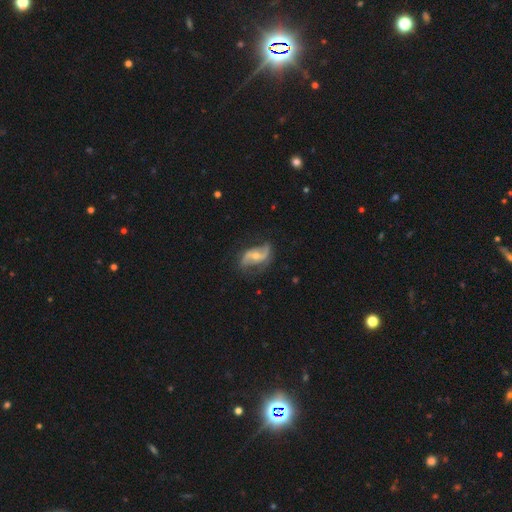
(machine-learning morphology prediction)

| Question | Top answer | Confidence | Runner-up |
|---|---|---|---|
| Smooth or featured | featured or disk | 82% | smooth (13%) |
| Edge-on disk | no | 95% | yes (5%) |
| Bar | no | 39% | weak (38%) |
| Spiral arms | yes | 92% | no (8%) |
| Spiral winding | loose | 62% | medium (28%) |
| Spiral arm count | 2 | 88% | can't tell (5%) |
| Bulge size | moderate | 53% | small (42%) |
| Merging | none | 67% | minor disturbance (21%) |